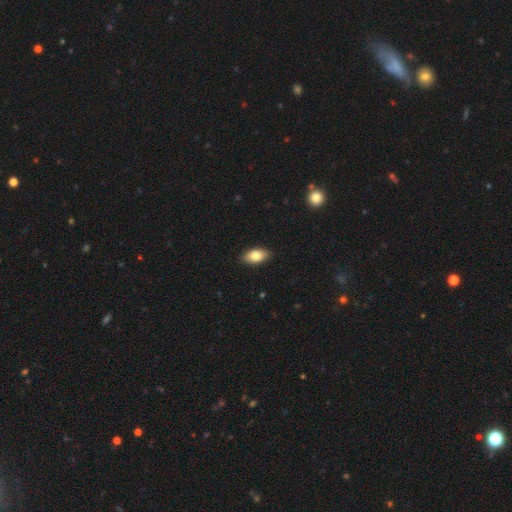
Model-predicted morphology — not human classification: smooth_or_featured: smooth (p=0.81) [alt: featured or disk p=0.12]
how_rounded: in between (p=0.92) [alt: round p=0.05]
merging: none (p=0.89) [alt: minor disturbance p=0.08]